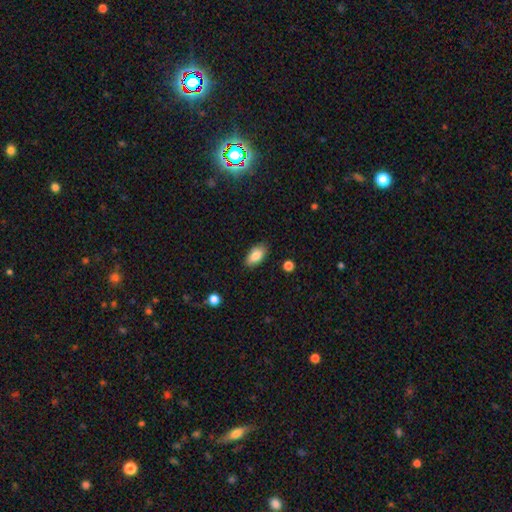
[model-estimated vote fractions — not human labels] Smooth or featured: smooth — 82% (featured or disk — 10%)
How rounded: in between — 91% (cigar-shaped — 6%)
Merging: none — 84% (minor disturbance — 12%)